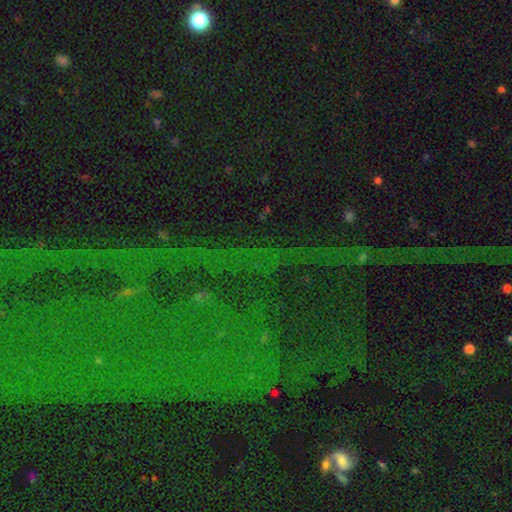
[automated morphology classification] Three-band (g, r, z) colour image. It shows a star or artifact, not a galaxy (82%).